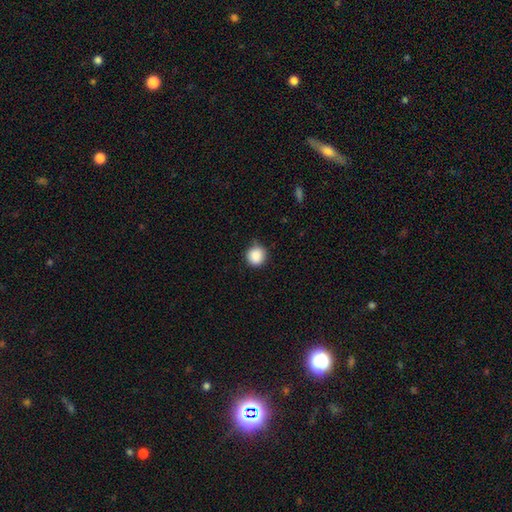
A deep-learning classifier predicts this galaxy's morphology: This is clearly a smooth galaxy (88%). How rounded: clearly round (93%). Merging: clearly none (83%).